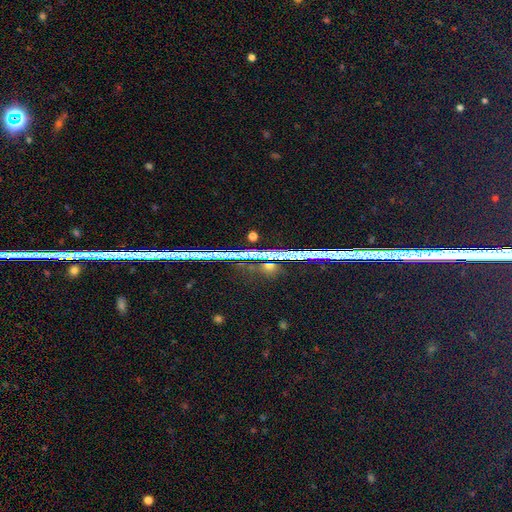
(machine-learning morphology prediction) Smooth or featured?
  - star or artifact: 80% *
  - featured or disk: 12%
  - smooth: 8%